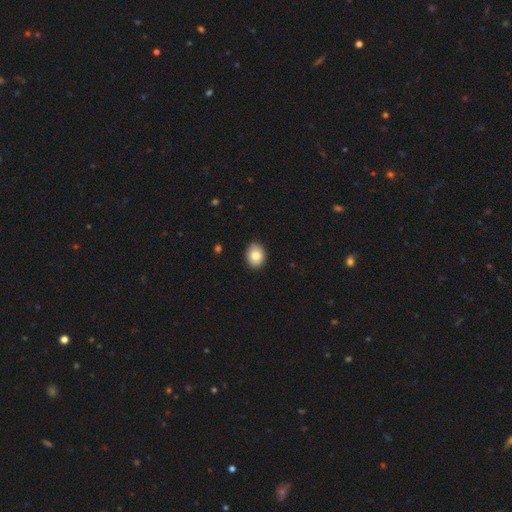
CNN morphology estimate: A smooth galaxy with no disk features (84%) that is in between round and cigar-shaped (60%).

Vote fractions:
- Smooth or featured? smooth: 84% / featured or disk: 8% / star or artifact: 8%
- How rounded? in between: 60% / round: 39% / cigar-shaped: 1%
- Merging? none: 89% / minor disturbance: 9% / major disturbance: 2% / merger: 1%